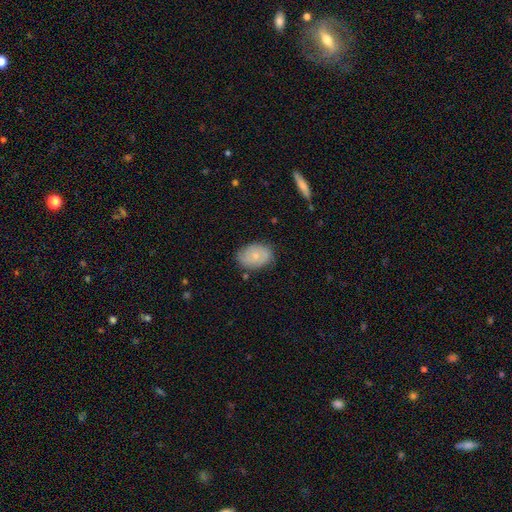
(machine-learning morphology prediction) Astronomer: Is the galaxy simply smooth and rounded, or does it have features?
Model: smooth — 51% (runner-up: featured or disk, 42%).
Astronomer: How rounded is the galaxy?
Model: in between — 78%.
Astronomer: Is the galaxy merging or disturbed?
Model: none — 74%.